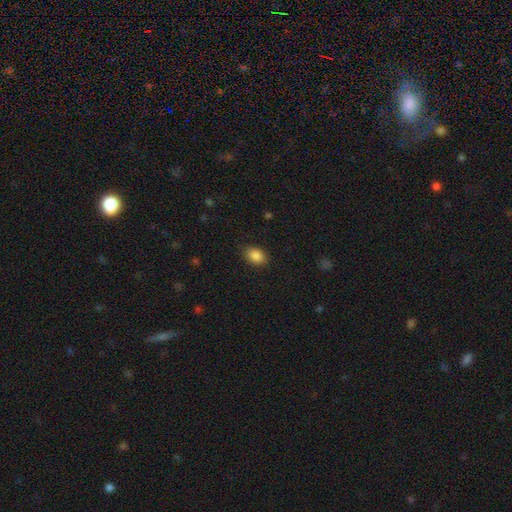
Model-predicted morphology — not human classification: Smooth or featured?
  - smooth: 87% *
  - star or artifact: 9%
  - featured or disk: 5%
How rounded?
  - in between: 80% *
  - round: 19%
  - cigar-shaped: 1%
Merging?
  - none: 86% *
  - minor disturbance: 10%
  - major disturbance: 3%
  - merger: 1%